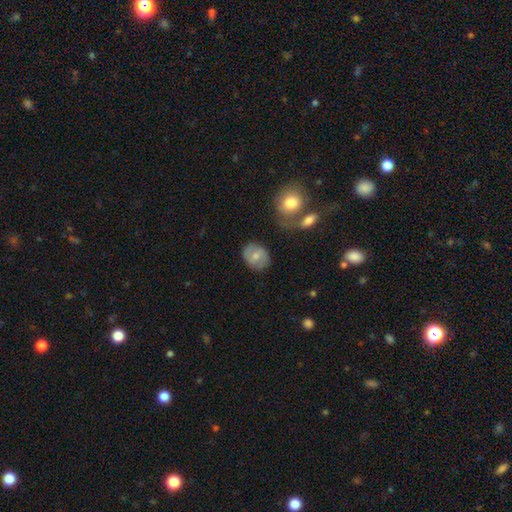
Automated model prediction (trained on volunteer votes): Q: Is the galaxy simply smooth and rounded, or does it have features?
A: smooth — 59%.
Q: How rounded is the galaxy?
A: round — 53%.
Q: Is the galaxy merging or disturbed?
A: none — 78%.